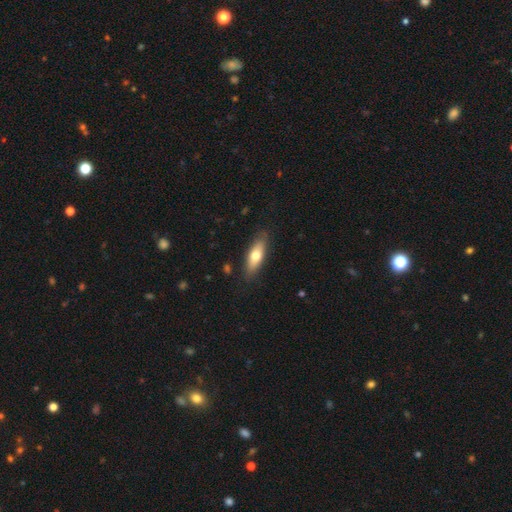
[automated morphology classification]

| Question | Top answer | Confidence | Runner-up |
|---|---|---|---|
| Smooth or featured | smooth | 65% | featured or disk (29%) |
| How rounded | in between | 60% | cigar-shaped (38%) |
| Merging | none | 84% | minor disturbance (12%) |